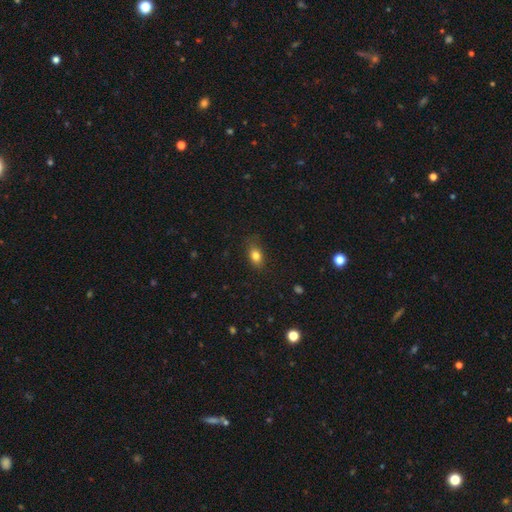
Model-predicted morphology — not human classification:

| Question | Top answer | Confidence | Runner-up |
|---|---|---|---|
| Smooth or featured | smooth | 81% | star or artifact (10%) |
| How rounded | in between | 78% | round (18%) |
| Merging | none | 78% | minor disturbance (17%) |